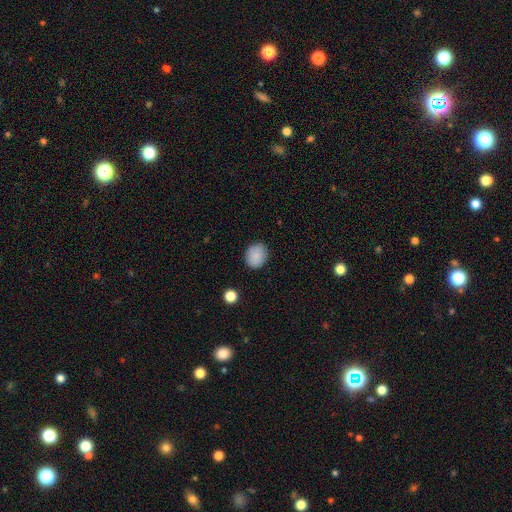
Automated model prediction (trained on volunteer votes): Smooth or featured?
  - smooth: 87% *
  - star or artifact: 8%
  - featured or disk: 5%
How rounded?
  - round: 65% *
  - in between: 34%
  - cigar-shaped: 1%
Merging?
  - none: 87% *
  - minor disturbance: 10%
  - major disturbance: 2%
  - merger: 1%